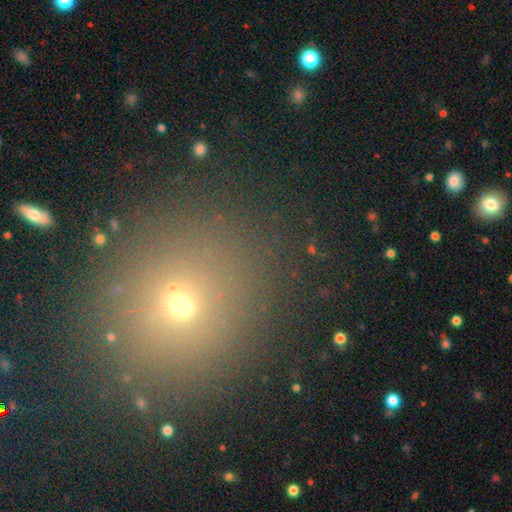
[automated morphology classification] smooth_or_featured: smooth (p=0.52) [alt: star or artifact p=0.39]
how_rounded: round (p=0.82) [alt: in between p=0.16]
merging: none (p=0.87) [alt: minor disturbance p=0.07]